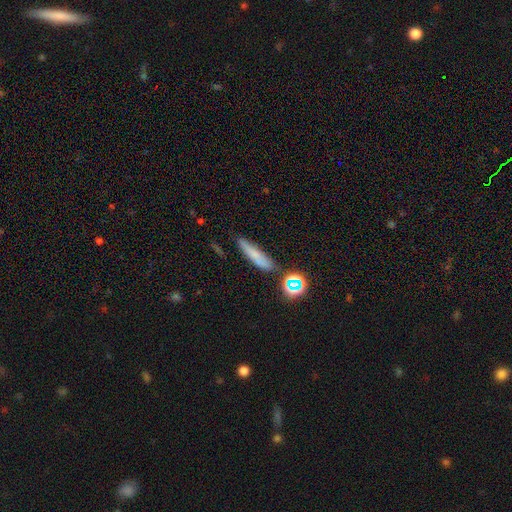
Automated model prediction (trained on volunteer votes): smooth-or-featured: smooth: 65% | featured or disk: 18% | star or artifact: 16%
  how-rounded: cigar-shaped: 78% | in between: 16% | round: 6%
  merging: none: 74% | minor disturbance: 16% | merger: 6% | major disturbance: 4%